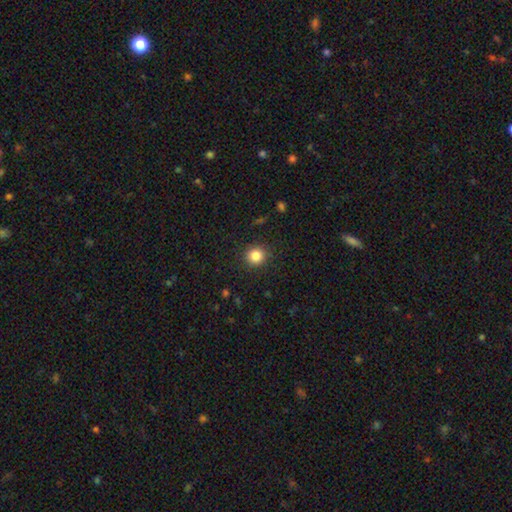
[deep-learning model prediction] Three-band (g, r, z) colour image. It shows a smooth galaxy with no disk features (84%) that is round (90%). Merging: none (90%).